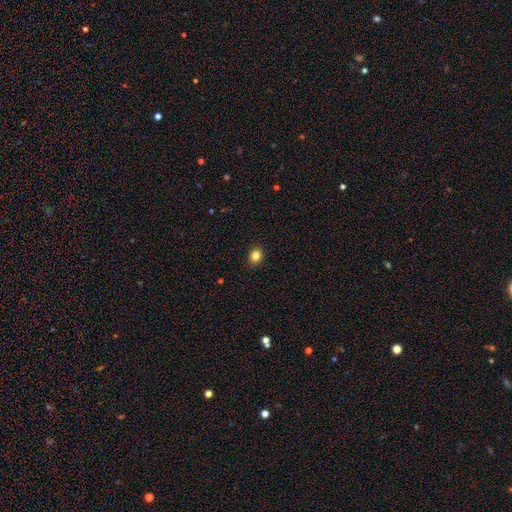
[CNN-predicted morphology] A smooth galaxy with no disk features (83%) that is round (59%).

Vote fractions:
- Smooth or featured? smooth: 83% / star or artifact: 11% / featured or disk: 6%
- How rounded? round: 59% / in between: 40% / cigar-shaped: 1%
- Merging? none: 91% / minor disturbance: 7% / major disturbance: 2% / merger: 1%